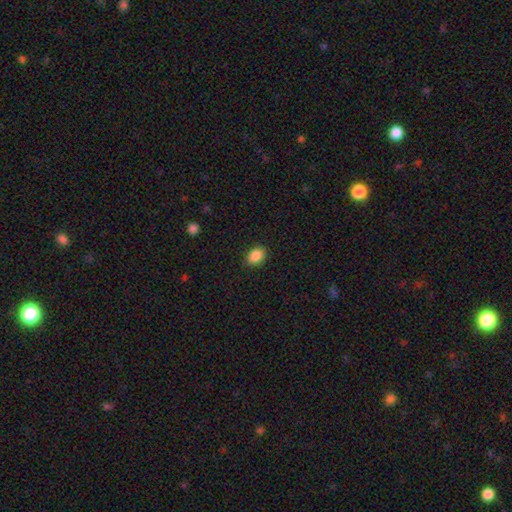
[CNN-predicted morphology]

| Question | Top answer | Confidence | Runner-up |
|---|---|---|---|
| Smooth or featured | smooth | 88% | star or artifact (9%) |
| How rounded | in between | 72% | round (27%) |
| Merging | none | 90% | minor disturbance (7%) |